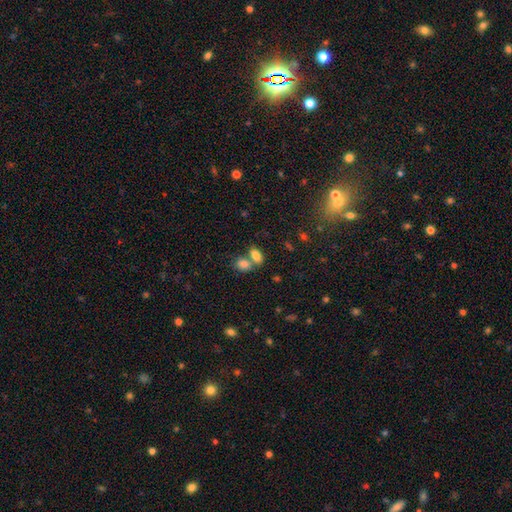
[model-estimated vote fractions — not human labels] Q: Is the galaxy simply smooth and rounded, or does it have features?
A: smooth — 82%.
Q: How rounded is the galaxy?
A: in between — 87%.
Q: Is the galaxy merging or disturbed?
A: merger — 44%, tied with none.